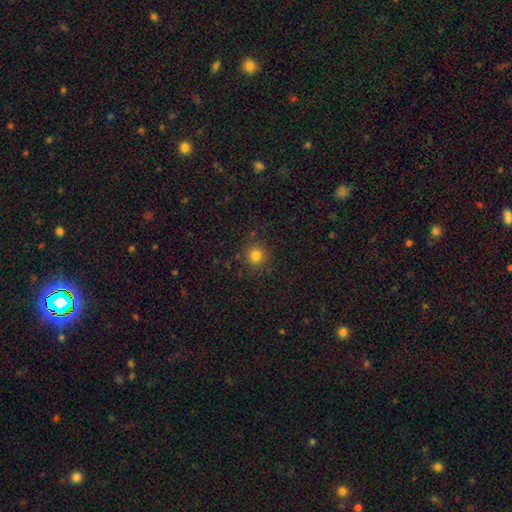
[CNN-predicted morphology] Smooth or featured: smooth — 80% (star or artifact — 14%)
How rounded: round — 94% (in between — 6%)
Merging: none — 87% (minor disturbance — 8%)